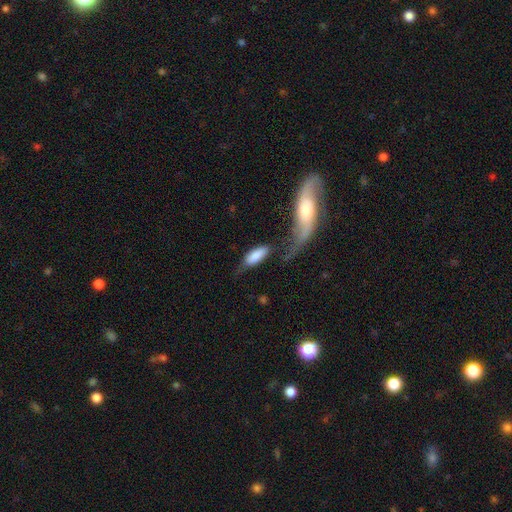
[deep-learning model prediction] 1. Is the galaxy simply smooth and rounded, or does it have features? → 78% smooth, 16% featured or disk, 6% star or artifact.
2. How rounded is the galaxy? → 79% in between, 19% cigar-shaped, 3% round.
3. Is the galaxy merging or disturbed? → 37% none, 25% merger, 20% minor disturbance, 19% major disturbance.